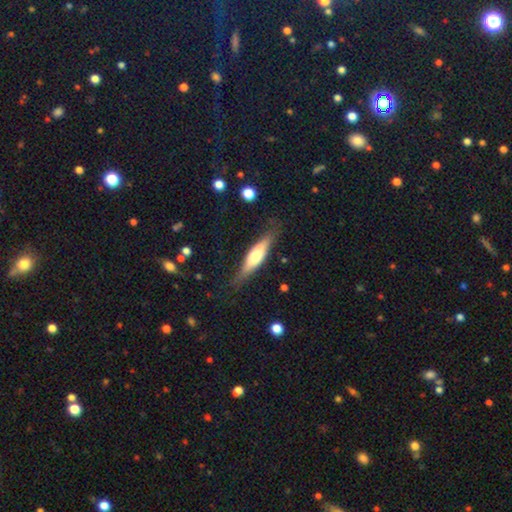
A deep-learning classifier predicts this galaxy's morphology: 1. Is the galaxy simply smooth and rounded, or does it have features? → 48% smooth, 46% featured or disk, 6% star or artifact.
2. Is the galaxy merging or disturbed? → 79% none, 15% minor disturbance, 4% major disturbance, 2% merger.